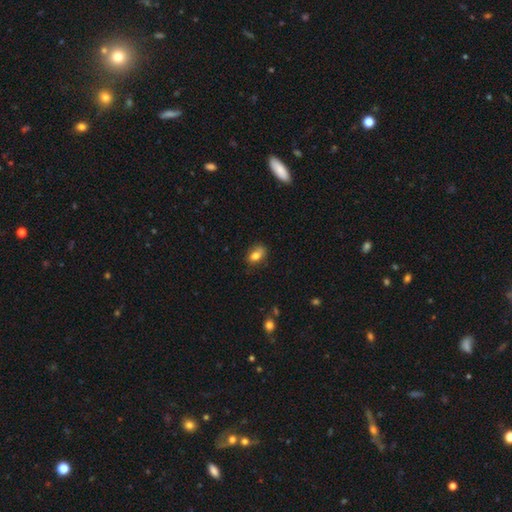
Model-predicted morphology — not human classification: Overall: smooth (80%). How rounded: in between (78%). Merging: none (69%).